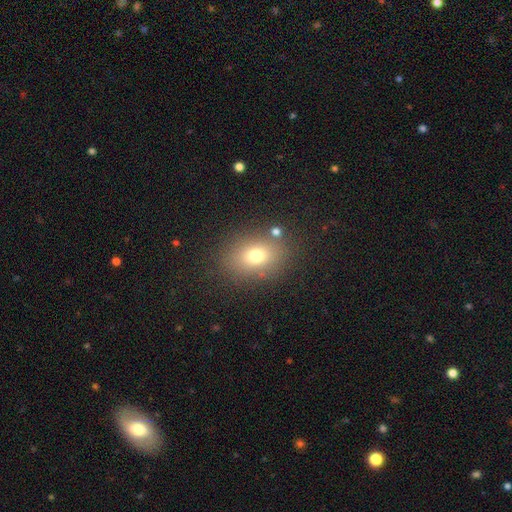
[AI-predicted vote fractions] smooth_or_featured: smooth (p=0.73) [alt: star or artifact p=0.14]
how_rounded: in between (p=0.65) [alt: round p=0.34]
merging: none (p=0.79) [alt: minor disturbance p=0.11]